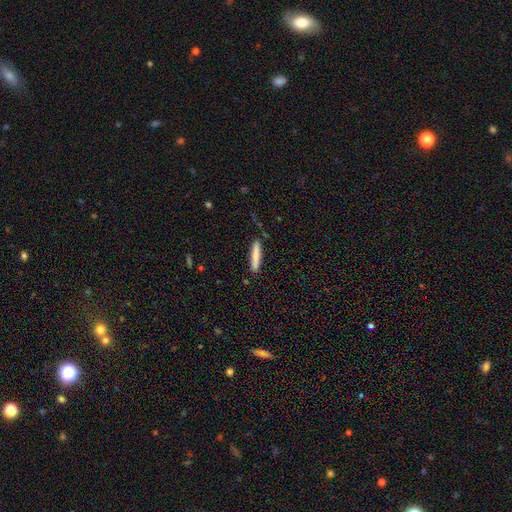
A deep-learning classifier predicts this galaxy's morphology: A smooth galaxy with no disk features (81%) that is cigar-shaped (91%).

Vote fractions:
- Smooth or featured? smooth: 81% / featured or disk: 13% / star or artifact: 6%
- How rounded? cigar-shaped: 91% / in between: 8% / round: 1%
- Merging? none: 87% / minor disturbance: 9% / merger: 2% / major disturbance: 2%